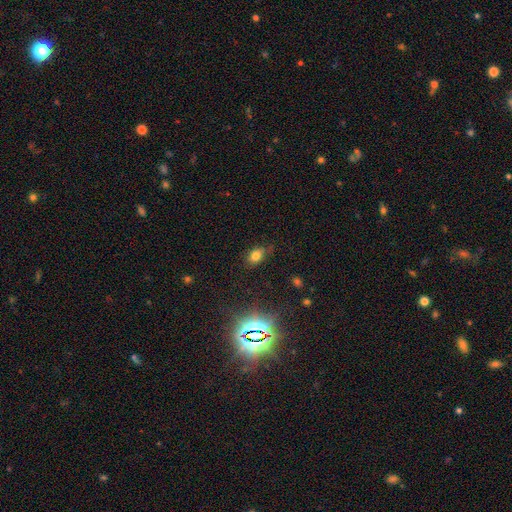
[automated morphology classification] A smooth galaxy with no disk features (74%) that is in between round and cigar-shaped (72%). Merging: none (72%).